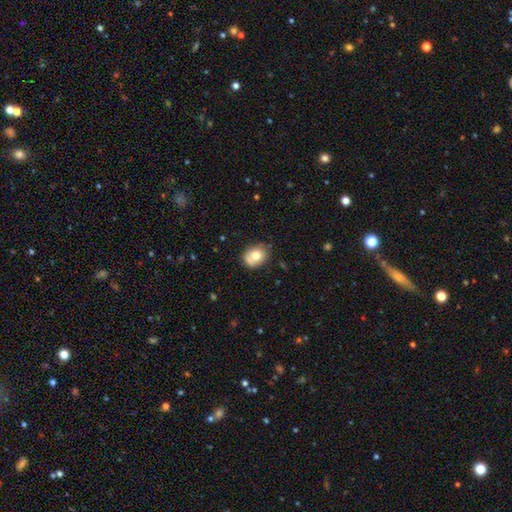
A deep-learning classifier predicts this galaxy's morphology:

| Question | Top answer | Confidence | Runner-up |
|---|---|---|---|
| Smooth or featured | smooth | 74% | featured or disk (17%) |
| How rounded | round | 57% | in between (43%) |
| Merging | none | 68% | minor disturbance (21%) |